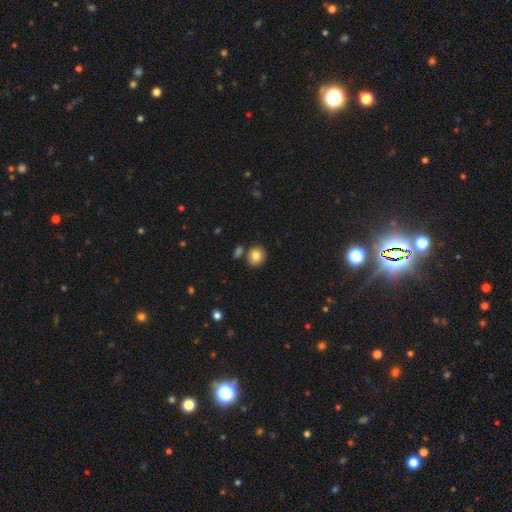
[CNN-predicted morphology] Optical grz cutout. It shows a smooth galaxy with no disk features (83%) that is round (77%). Merging: none (76%).